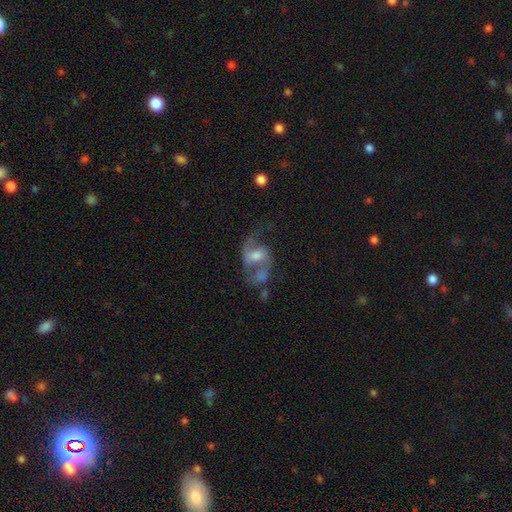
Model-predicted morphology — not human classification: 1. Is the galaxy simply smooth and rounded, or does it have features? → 65% featured or disk, 27% smooth, 8% star or artifact.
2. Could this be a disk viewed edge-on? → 97% no, 3% yes.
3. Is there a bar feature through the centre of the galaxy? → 53% no, 38% weak, 9% strong.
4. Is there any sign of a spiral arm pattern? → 75% yes, 25% no.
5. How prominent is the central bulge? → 49% moderate, 20% small, 19% large, 10% none, 2% dominant.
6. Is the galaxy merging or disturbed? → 34% major disturbance, 28% none, 22% merger, 16% minor disturbance.